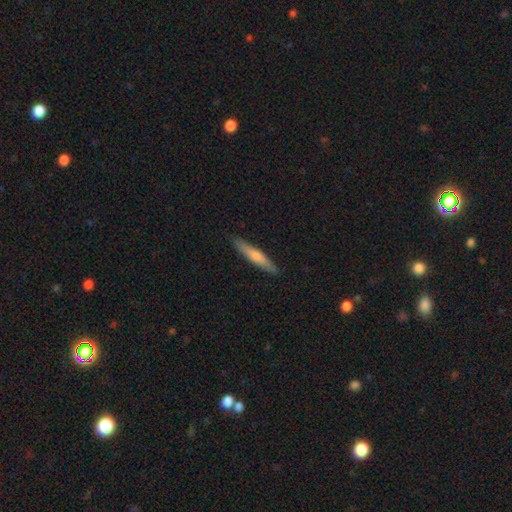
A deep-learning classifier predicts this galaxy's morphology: Overall: smooth (58%; featured or disk 37%). How rounded: cigar-shaped (92%). Merging: none (91%).